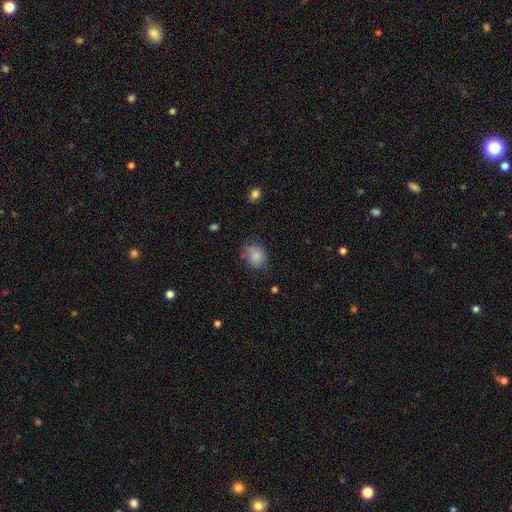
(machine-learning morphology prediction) A smooth galaxy with no disk features (84%) that is in between round and cigar-shaped (50%, tied with round).

Vote fractions:
- Smooth or featured? smooth: 84% / star or artifact: 9% / featured or disk: 7%
- How rounded? in between: 50% (tied) / round: 50% (tied) / cigar-shaped: 1%
- Merging? none: 66% / minor disturbance: 24% / major disturbance: 7% / merger: 3%